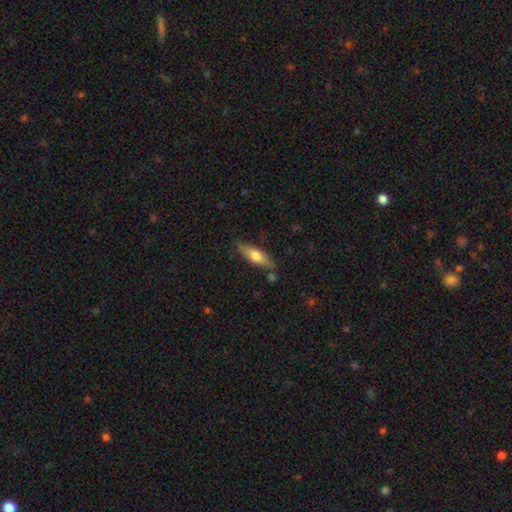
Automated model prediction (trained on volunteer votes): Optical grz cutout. It shows a smooth galaxy with no disk features (57%) that is cigar-shaped (53%). Merging: none (77%).